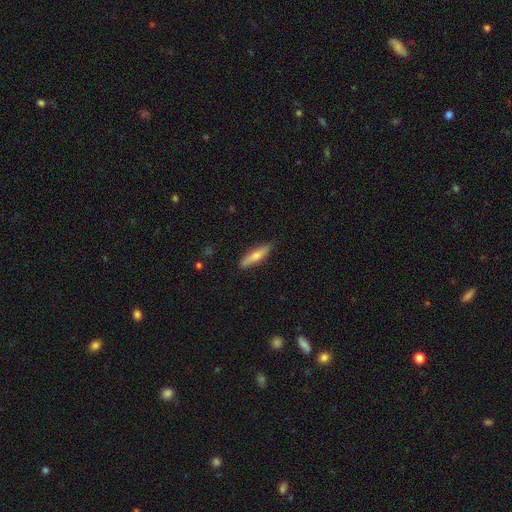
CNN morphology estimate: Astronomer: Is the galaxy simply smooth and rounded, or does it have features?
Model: smooth — 68%.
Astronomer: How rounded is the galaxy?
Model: cigar-shaped — 79%.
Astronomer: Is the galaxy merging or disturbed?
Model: none — 86%.